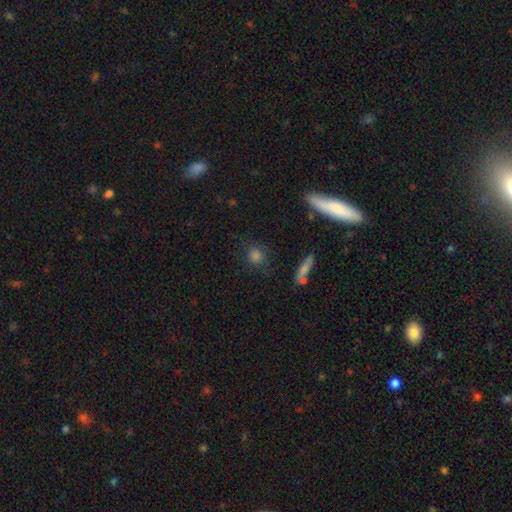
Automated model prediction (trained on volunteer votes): Overall: smooth (76%). How rounded: round (78%). Merging: none (81%).